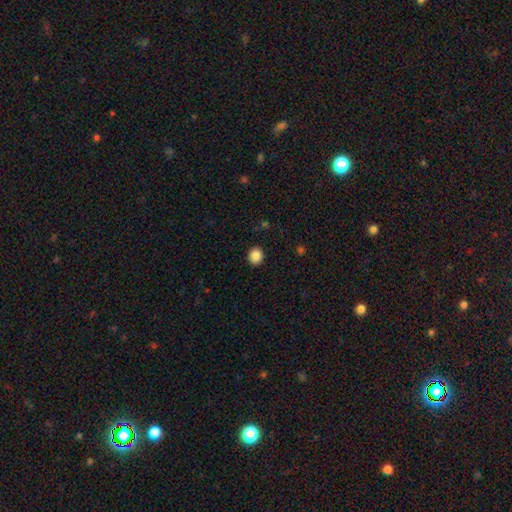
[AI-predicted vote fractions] Smooth or featured: smooth — 87% (star or artifact — 9%)
How rounded: round — 71% (in between — 28%)
Merging: none — 91% (minor disturbance — 6%)